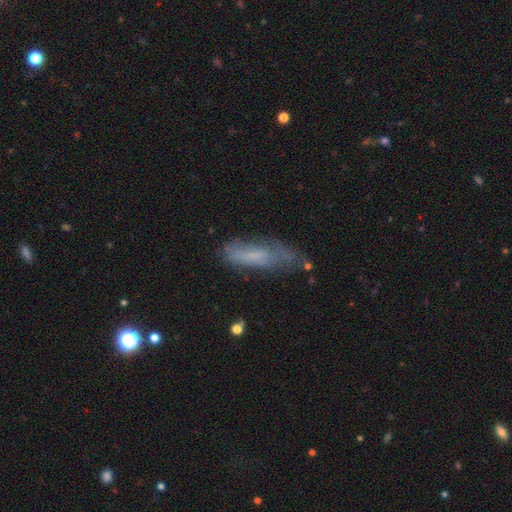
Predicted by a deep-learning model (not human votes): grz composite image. It shows a smooth galaxy with no disk features (58%) that is cigar-shaped (61%). Merging: none (49%).